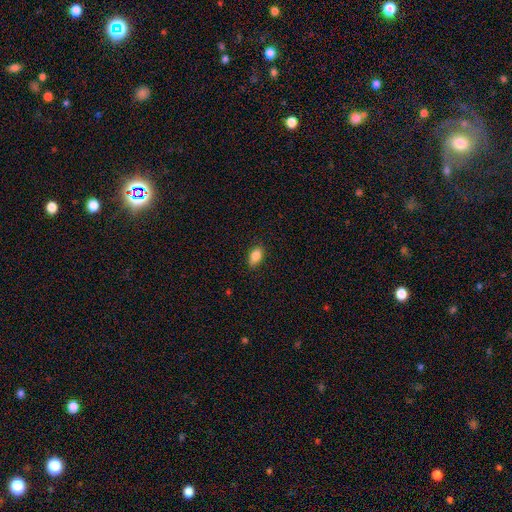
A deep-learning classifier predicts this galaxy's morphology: This is clearly a smooth galaxy (86%). How rounded: clearly in between (88%). Merging: clearly none (86%).